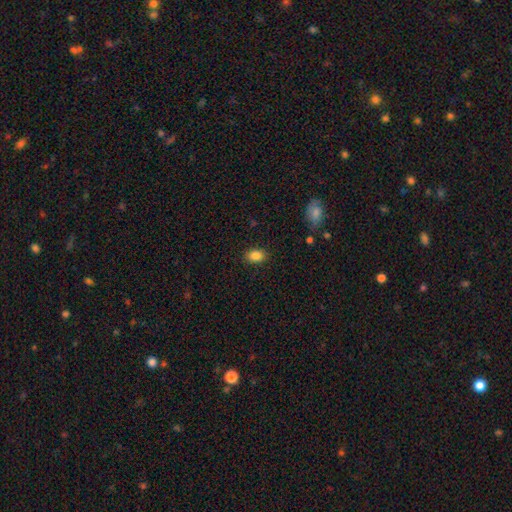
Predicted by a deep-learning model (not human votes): Smooth or featured: smooth — 86% (star or artifact — 10%)
How rounded: in between — 79% (round — 20%)
Merging: none — 88% (minor disturbance — 9%)